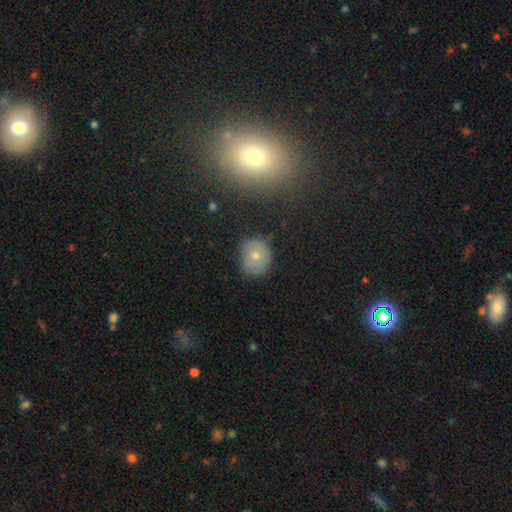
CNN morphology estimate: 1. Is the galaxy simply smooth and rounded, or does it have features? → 60% smooth, 28% featured or disk, 12% star or artifact.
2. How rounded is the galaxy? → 74% round, 25% in between, 1% cigar-shaped.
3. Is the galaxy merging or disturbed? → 75% none, 19% minor disturbance, 4% major disturbance, 2% merger.